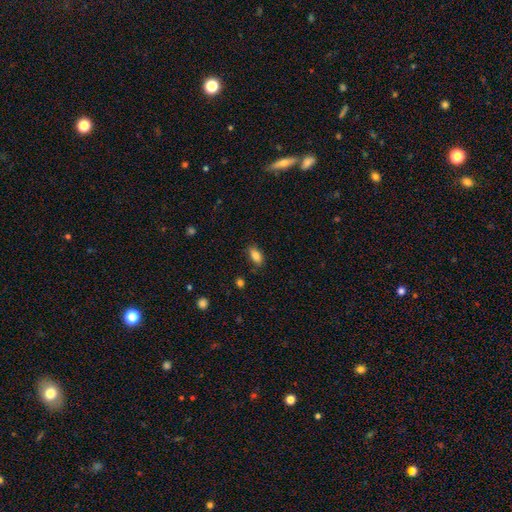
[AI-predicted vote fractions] smooth-or-featured: smooth: 82% | featured or disk: 9% | star or artifact: 9%
  how-rounded: in between: 89% | cigar-shaped: 6% | round: 6%
  merging: none: 81% | minor disturbance: 15% | major disturbance: 3% | merger: 2%